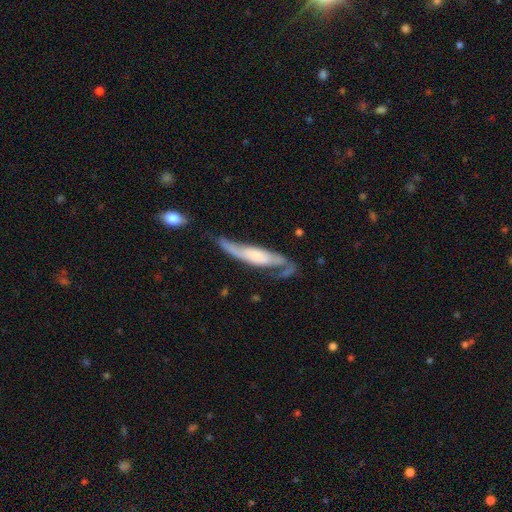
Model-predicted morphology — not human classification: type=featured or disk (72%); edge-on=no (65%); merging=none (49%).